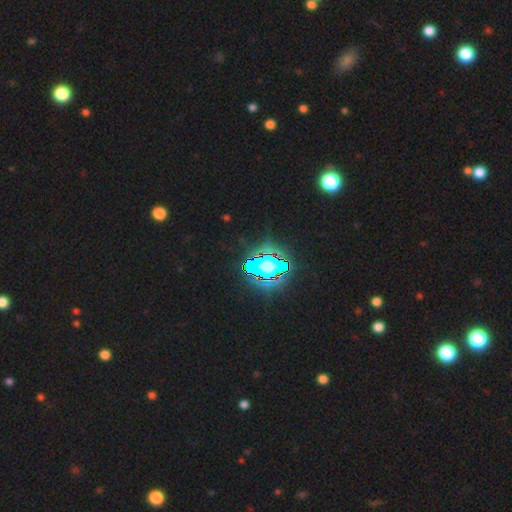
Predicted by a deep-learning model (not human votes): Overall: star or artifact (82%).